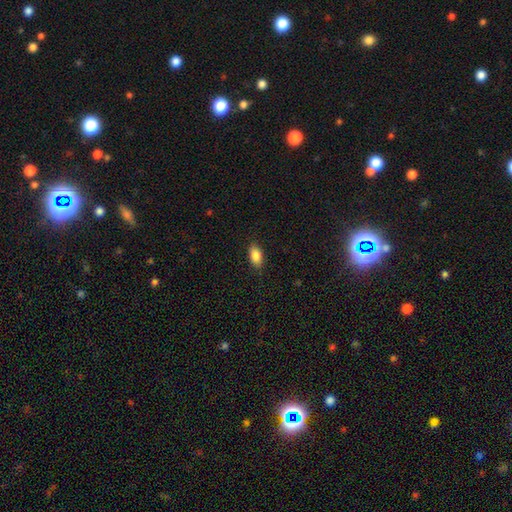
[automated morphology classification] This appears to be a smooth galaxy with no disk features (86%) that is in between round and cigar-shaped (90%). Merging: none (87%).